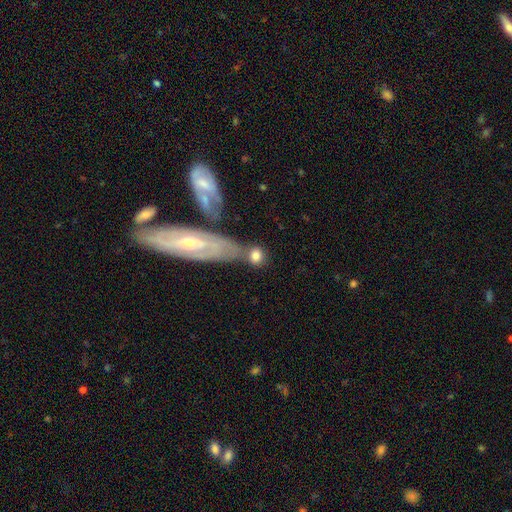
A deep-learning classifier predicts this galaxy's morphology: type=smooth (75%); roundness=round (63%); merging=none (51%).